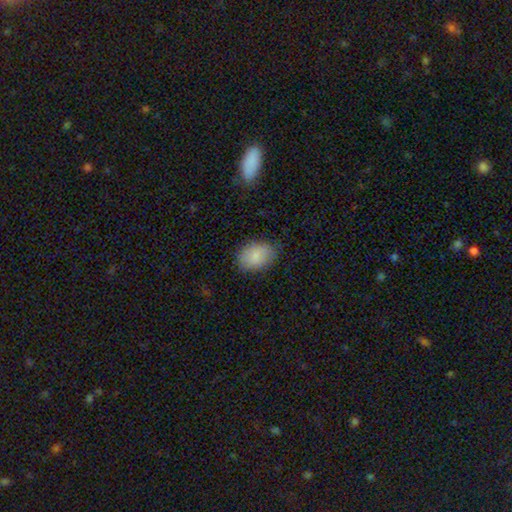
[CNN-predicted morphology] The model was most divided on "how rounded": in between: 78%, round: 21%, cigar-shaped: 1%. More confident: smooth or featured — smooth (86%); merging — none (80%).